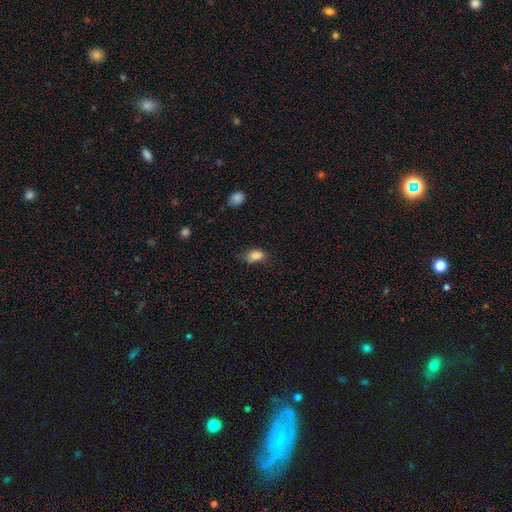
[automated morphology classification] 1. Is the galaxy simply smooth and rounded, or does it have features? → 84% smooth, 10% star or artifact, 6% featured or disk.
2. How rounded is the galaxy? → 79% in between, 19% round, 2% cigar-shaped.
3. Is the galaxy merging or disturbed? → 61% none, 30% minor disturbance, 7% major disturbance, 3% merger.